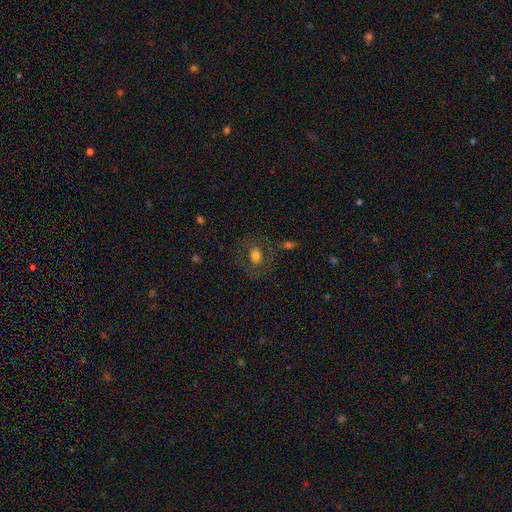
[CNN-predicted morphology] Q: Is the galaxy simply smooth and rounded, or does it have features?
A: smooth — 61%.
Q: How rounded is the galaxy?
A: in between — 56%.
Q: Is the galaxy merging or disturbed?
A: none — 73%.